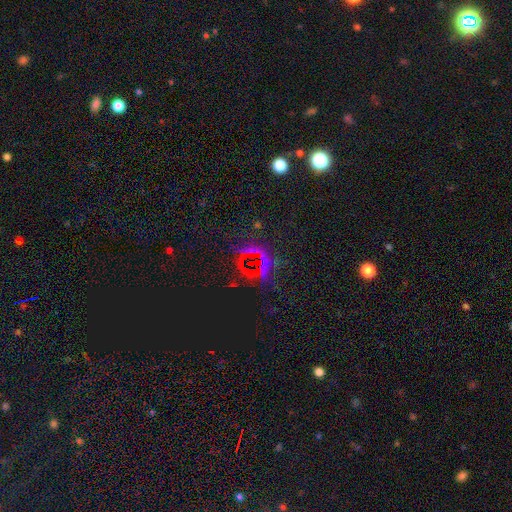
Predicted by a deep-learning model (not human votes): A star or artifact, not a galaxy (79%).